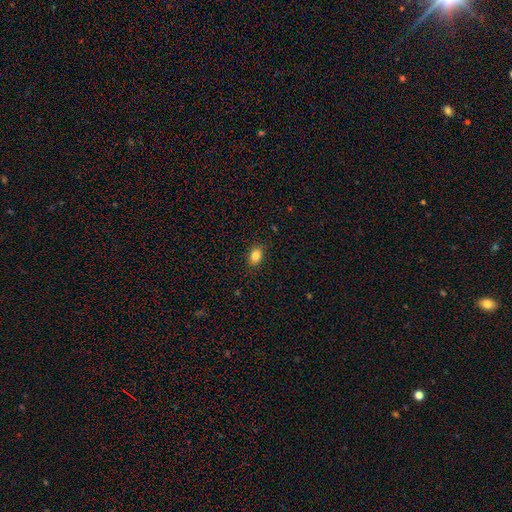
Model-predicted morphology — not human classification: The model was most divided on "how rounded": in between: 75%, round: 23%, cigar-shaped: 1%. More confident: merging — none (88%); smooth or featured — smooth (83%).